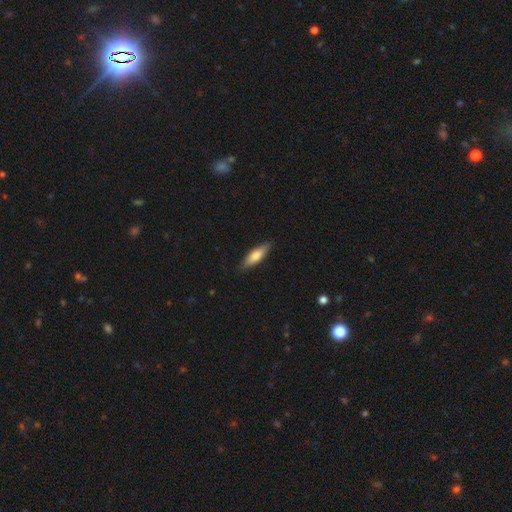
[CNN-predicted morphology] Q: Smooth or featured?
A: smooth (67%); runner-up: featured or disk (27%)
Q: How rounded?
A: cigar-shaped (57%); runner-up: in between (41%)
Q: Merging?
A: none (87%); runner-up: minor disturbance (10%)